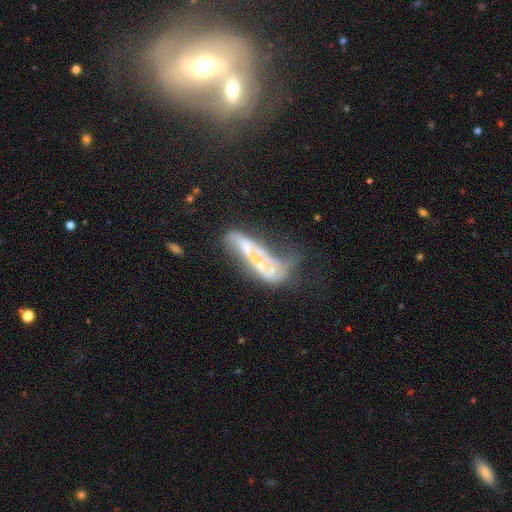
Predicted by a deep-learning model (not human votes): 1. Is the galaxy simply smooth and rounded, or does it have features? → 62% featured or disk, 25% smooth, 13% star or artifact.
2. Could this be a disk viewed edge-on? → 75% no, 25% yes.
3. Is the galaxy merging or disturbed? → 38% merger, 26% major disturbance, 22% none, 15% minor disturbance.